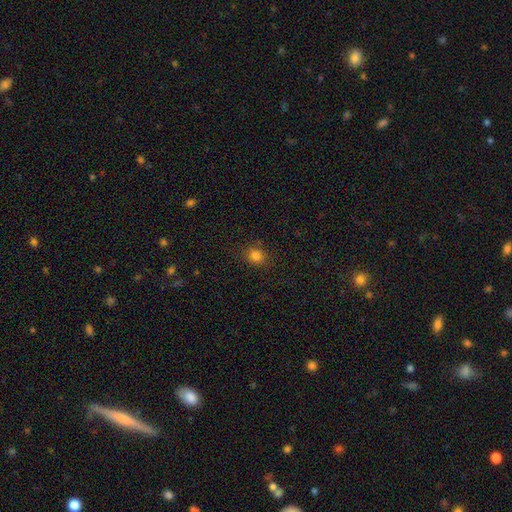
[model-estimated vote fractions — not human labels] smooth_or_featured: smooth (p=0.82) [alt: star or artifact p=0.13]
how_rounded: round (p=0.78) [alt: in between p=0.21]
merging: none (p=0.86) [alt: minor disturbance p=0.09]